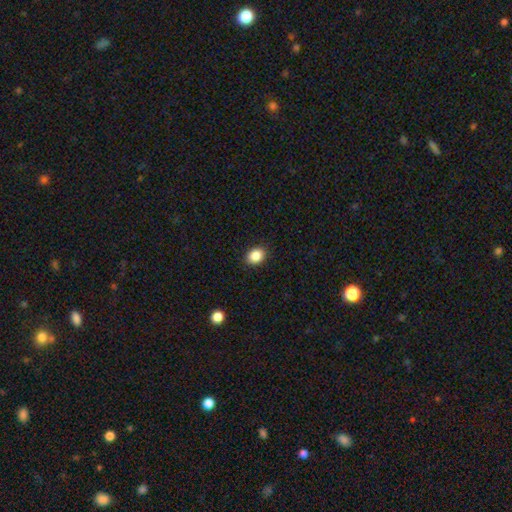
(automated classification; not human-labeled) This is clearly a smooth galaxy (87%). How rounded: possibly in between (53%). Merging: clearly none (90%).